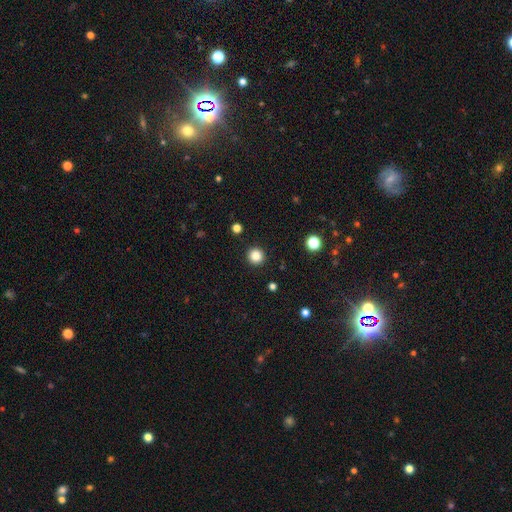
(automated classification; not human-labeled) This appears to be a smooth galaxy with no disk features (84%) that is round (95%). Merging: none (93%).